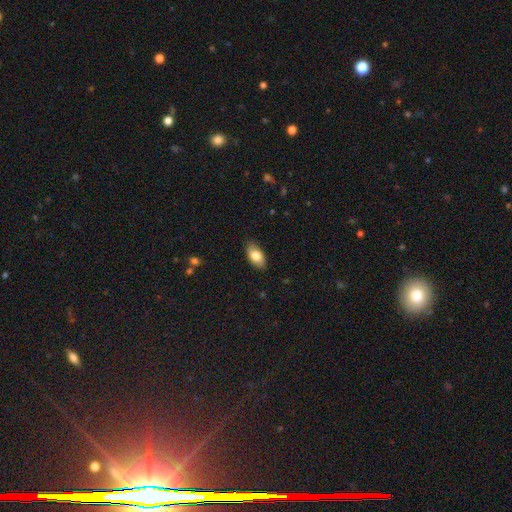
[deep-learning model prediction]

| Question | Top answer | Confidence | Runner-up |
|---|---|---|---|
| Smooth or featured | smooth | 82% | featured or disk (12%) |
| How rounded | in between | 93% | round (4%) |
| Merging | none | 86% | minor disturbance (11%) |